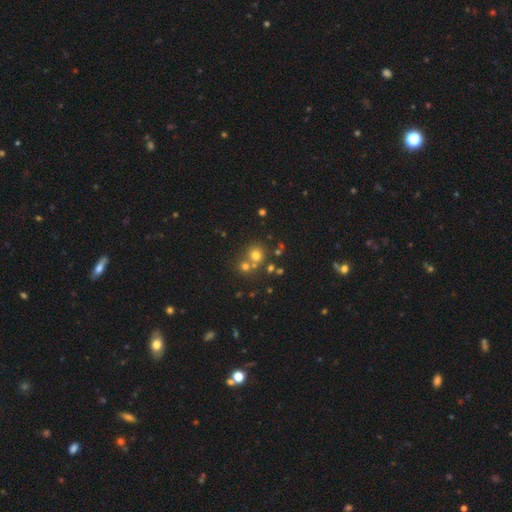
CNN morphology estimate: A smooth galaxy with no disk features (67%) that is round (85%).

Vote fractions:
- Smooth or featured? smooth: 67% / star or artifact: 21% / featured or disk: 12%
- How rounded? round: 85% / in between: 14% / cigar-shaped: 1%
- Merging? none: 55% / merger: 34% / minor disturbance: 8% / major disturbance: 4%